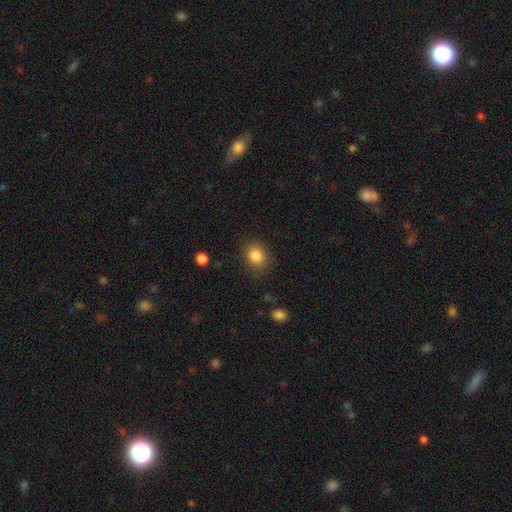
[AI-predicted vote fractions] smooth_or_featured: smooth (p=0.86) [alt: star or artifact p=0.10]
how_rounded: round (p=0.64) [alt: in between p=0.36]
merging: none (p=0.84) [alt: minor disturbance p=0.10]